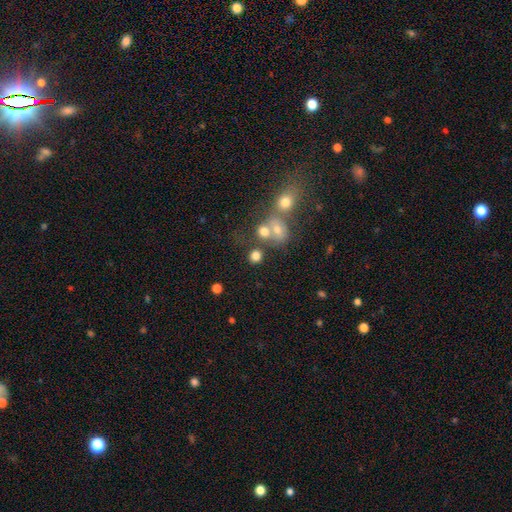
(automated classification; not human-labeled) smooth-or-featured: smooth: 76% | star or artifact: 15% | featured or disk: 10%
  how-rounded: round: 78% | in between: 21% | cigar-shaped: 1%
  merging: none: 56% | merger: 29% | minor disturbance: 9% | major disturbance: 6%